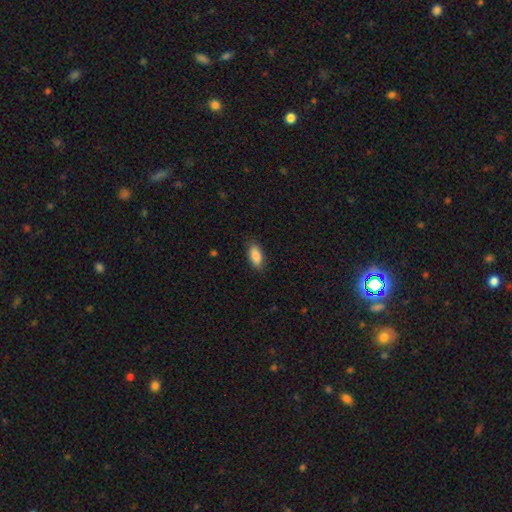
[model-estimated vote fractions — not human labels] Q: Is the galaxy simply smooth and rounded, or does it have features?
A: smooth — 88%.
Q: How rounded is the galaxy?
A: in between — 88%.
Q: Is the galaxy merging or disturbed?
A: none — 86%.